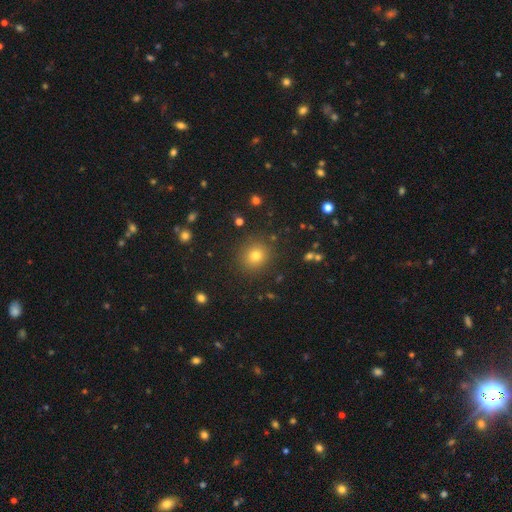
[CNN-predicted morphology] Smooth or featured? smooth (74%)
How rounded? round (89%)
Merging? none (90%)